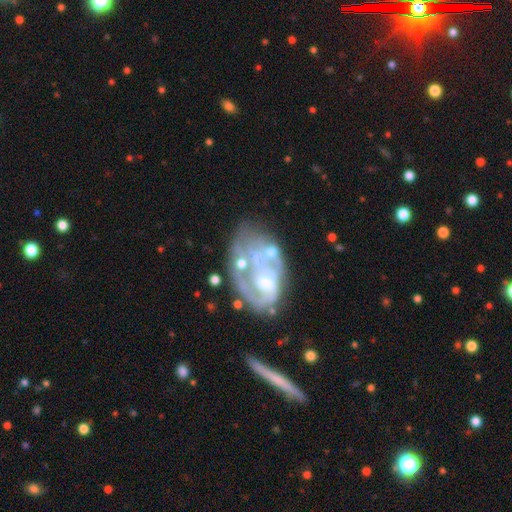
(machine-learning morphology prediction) Overall: featured or disk (74%). Edge-on disk: no (97%). Bar: no (69%). Spiral arms: no (51%; yes 49%). Bulge size: moderate (33%, tied with none). Merging: none (34%; major disturbance 29%).